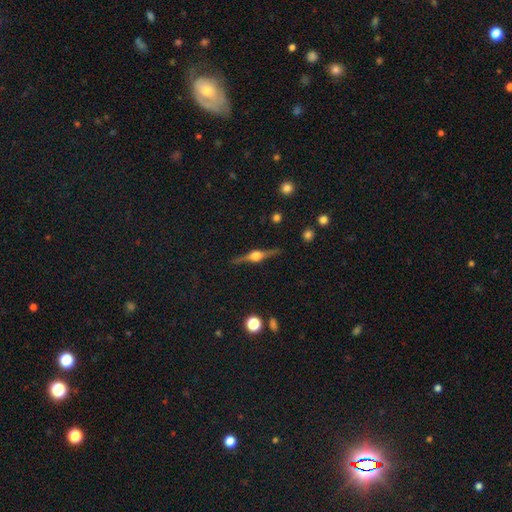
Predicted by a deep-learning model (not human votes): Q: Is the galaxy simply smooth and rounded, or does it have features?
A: featured or disk — 83%.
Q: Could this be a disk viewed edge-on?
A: yes — 98%.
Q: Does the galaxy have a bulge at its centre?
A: rounded — 93%.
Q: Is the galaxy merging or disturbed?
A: none — 89%.